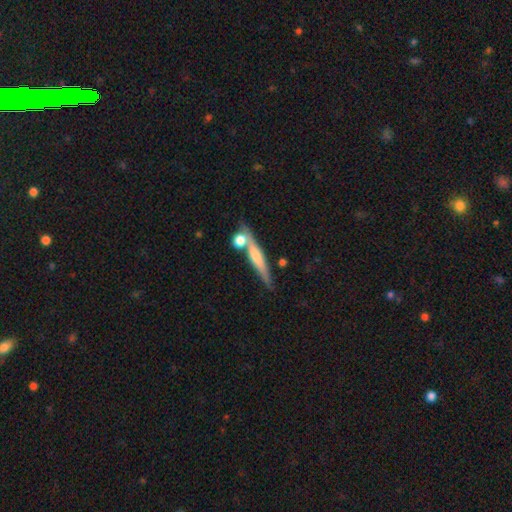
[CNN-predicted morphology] A featured or disk galaxy (58%) viewed edge-on (93%) with a rounded central bulge (68%).

Vote fractions:
- Smooth or featured? featured or disk: 58% / smooth: 34% / star or artifact: 8%
- Edge-on disk? yes: 93% / no: 7%
- Edge-on bulge? rounded: 68% / none: 21% / boxy: 11%
- Merging? none: 69% / merger: 15% / minor disturbance: 12% / major disturbance: 4%